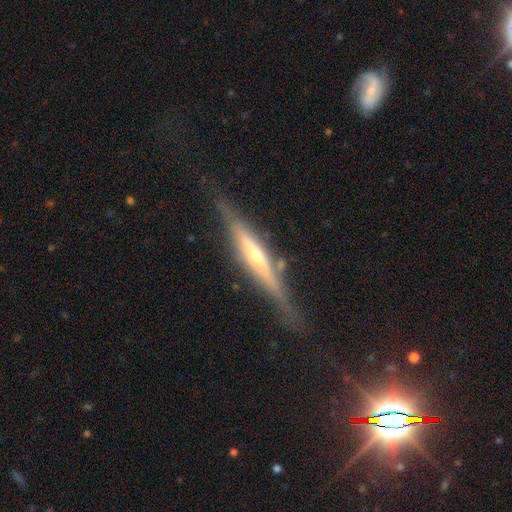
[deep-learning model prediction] smooth-or-featured: featured or disk: 78% | smooth: 14% | star or artifact: 7%
  disk-edge-on: yes: 95% | no: 5%
    edge-on-bulge: rounded: 64% | none: 22% | boxy: 14%
  merging: none: 77% | minor disturbance: 17% | major disturbance: 5% | merger: 2%